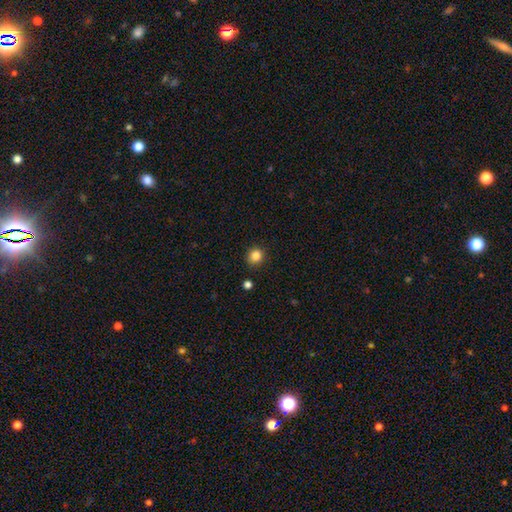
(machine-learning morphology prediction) type=smooth (85%); roundness=round (88%); merging=none (89%).